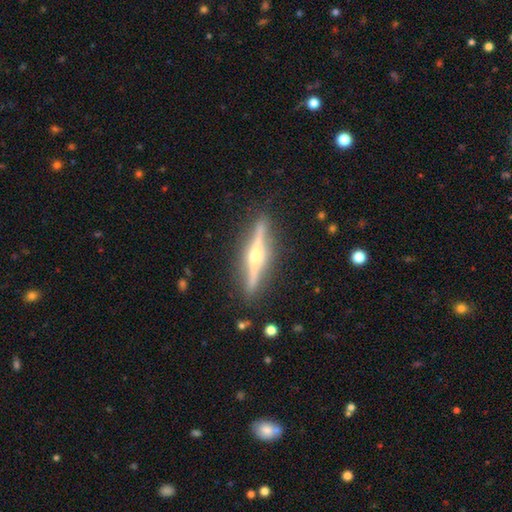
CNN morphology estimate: Smooth or featured? featured or disk (81%)
Edge-on disk? yes (98%)
Edge-on bulge? rounded (92%)
Merging? none (90%)